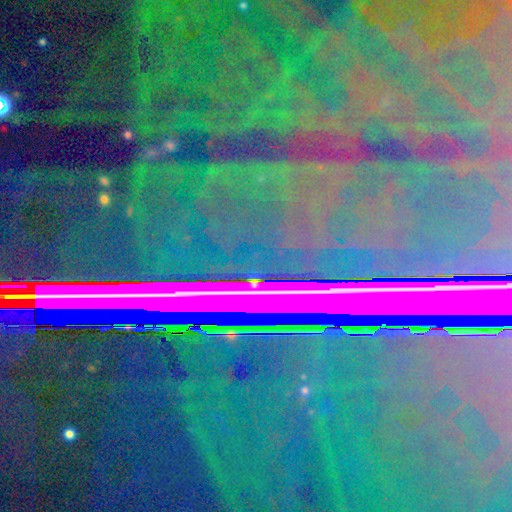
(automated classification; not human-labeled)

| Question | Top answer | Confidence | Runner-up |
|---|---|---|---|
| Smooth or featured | star or artifact | 85% | featured or disk (9%) |